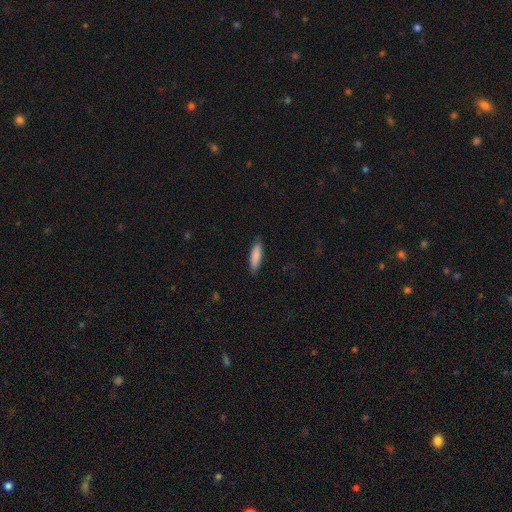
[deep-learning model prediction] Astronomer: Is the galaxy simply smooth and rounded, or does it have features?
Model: smooth — 86%.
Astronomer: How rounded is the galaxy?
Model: cigar-shaped — 64%.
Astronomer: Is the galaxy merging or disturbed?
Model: none — 87%.